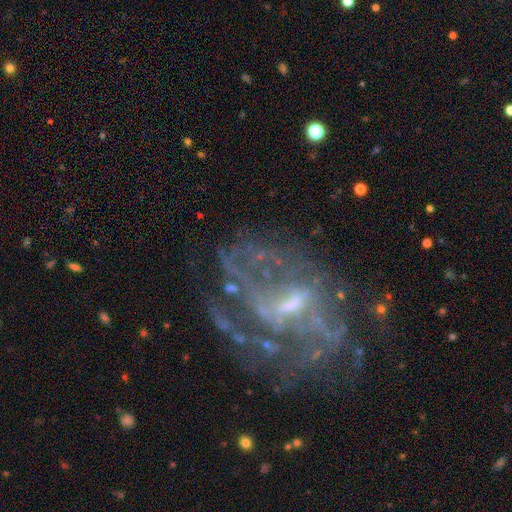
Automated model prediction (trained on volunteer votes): This appears to be a featured or disk galaxy (78%) with a weak bar (50%), spiral arms (65%) and a small central bulge (48%). Merging: none (50%).